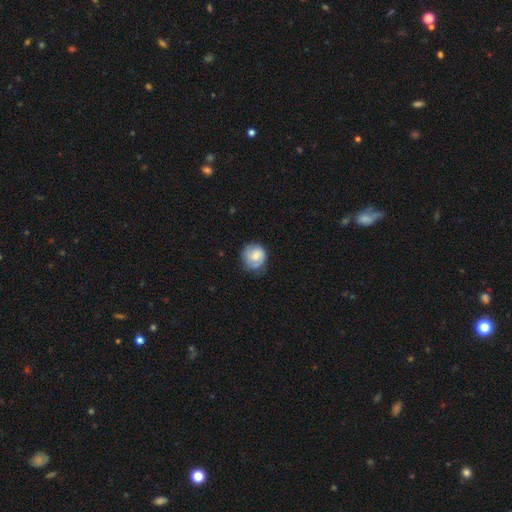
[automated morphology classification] A smooth galaxy with no disk features (48%).

Vote fractions:
- Smooth or featured? smooth: 48% / featured or disk: 45% / star or artifact: 7%
- Merging? none: 71% / minor disturbance: 21% / major disturbance: 7% / merger: 1%